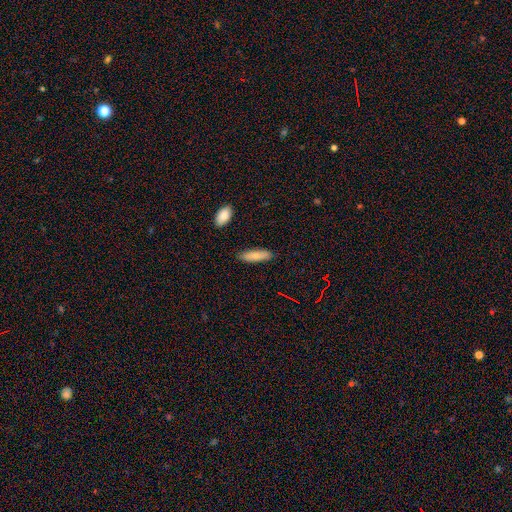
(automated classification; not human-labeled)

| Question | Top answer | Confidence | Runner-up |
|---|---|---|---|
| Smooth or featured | smooth | 75% | featured or disk (18%) |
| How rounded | cigar-shaped | 54% | in between (44%) |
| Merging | none | 85% | minor disturbance (11%) |